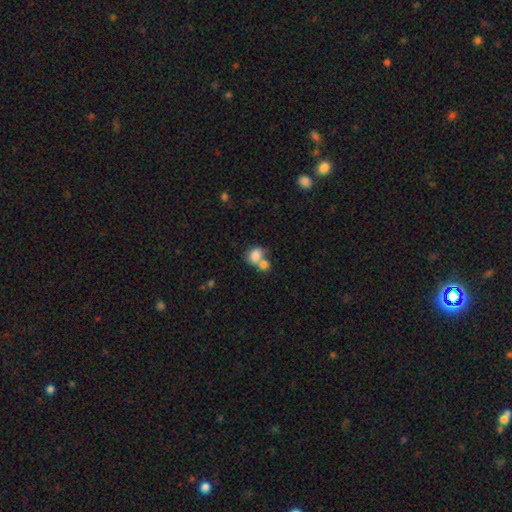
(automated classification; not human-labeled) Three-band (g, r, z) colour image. It shows a smooth galaxy with no disk features (81%) that is in between round and cigar-shaped (54%). Merging: merger (60%).